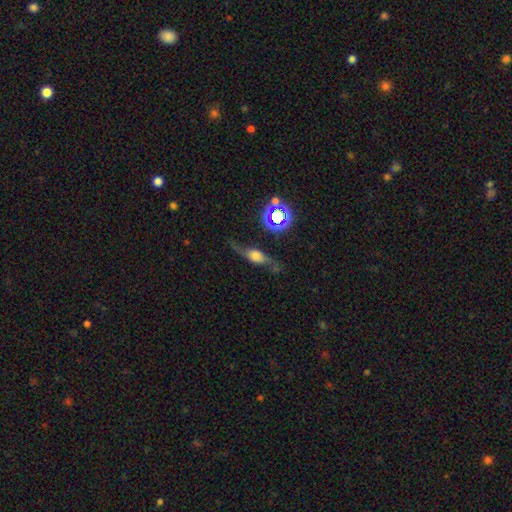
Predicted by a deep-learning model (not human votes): Morphology: type=featured or disk (61%); edge-on=yes (52%); merging=none (59%).